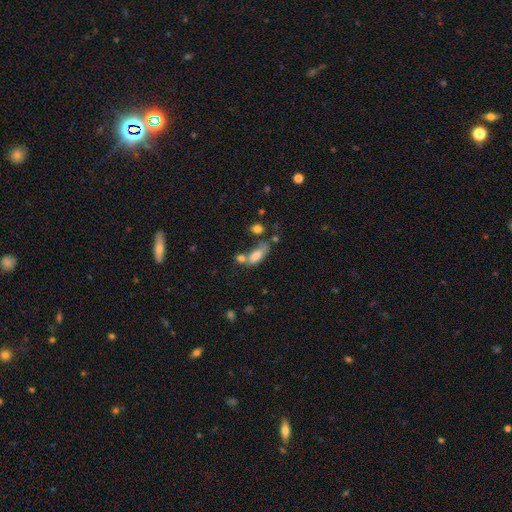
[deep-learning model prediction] A smooth galaxy with no disk features (71%) that is in between round and cigar-shaped (78%).

Vote fractions:
- Smooth or featured? smooth: 71% / featured or disk: 17% / star or artifact: 12%
- How rounded? in between: 78% / cigar-shaped: 17% / round: 5%
- Merging? merger: 35% / none: 34% / minor disturbance: 18% / major disturbance: 13%